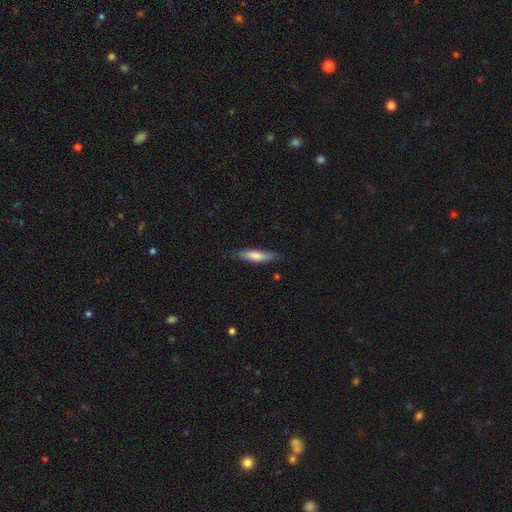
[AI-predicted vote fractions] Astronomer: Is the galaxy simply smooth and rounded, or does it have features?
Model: smooth — 73%.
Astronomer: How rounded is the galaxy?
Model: cigar-shaped — 72%.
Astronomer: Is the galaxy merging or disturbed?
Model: none — 76%.